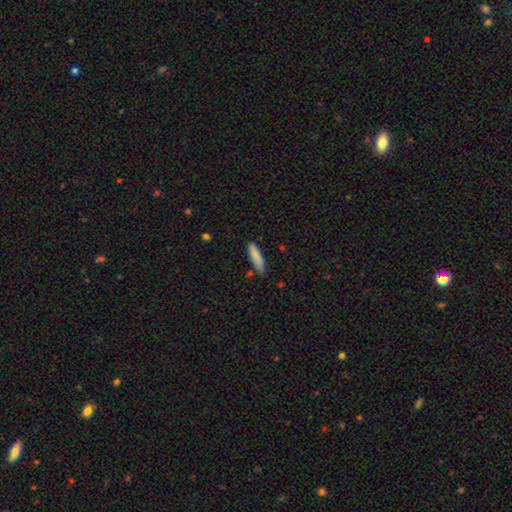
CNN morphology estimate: Smooth or featured: smooth — 84% (featured or disk — 10%)
How rounded: cigar-shaped — 75% (in between — 23%)
Merging: none — 80% (minor disturbance — 15%)